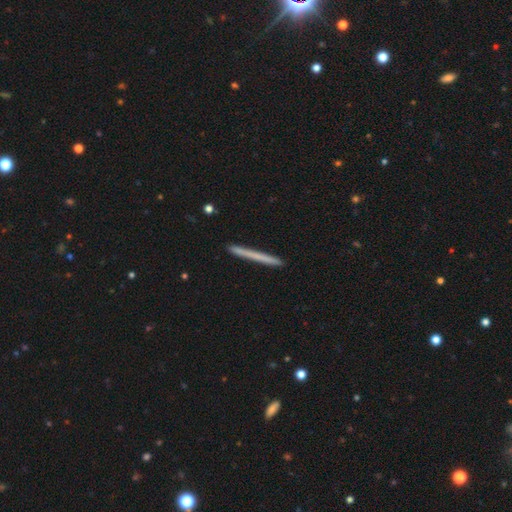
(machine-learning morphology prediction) This is possibly a smooth galaxy (58%). How rounded: clearly cigar-shaped (97%). Merging: clearly none (92%).